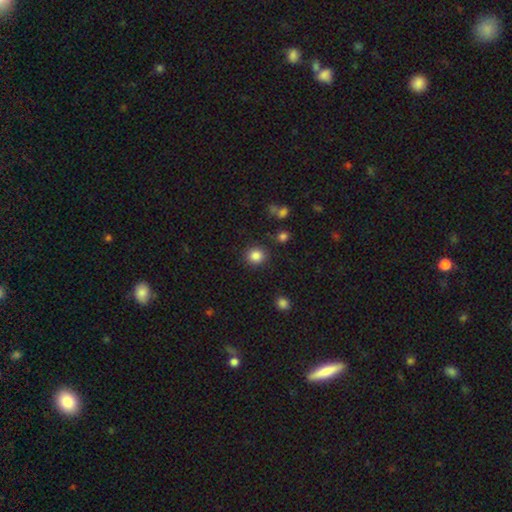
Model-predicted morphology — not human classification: Smooth or featured?
  - smooth: 85% *
  - star or artifact: 10%
  - featured or disk: 4%
How rounded?
  - round: 89% *
  - in between: 10%
  - cigar-shaped: 1%
Merging?
  - none: 89% *
  - minor disturbance: 7%
  - major disturbance: 3%
  - merger: 2%